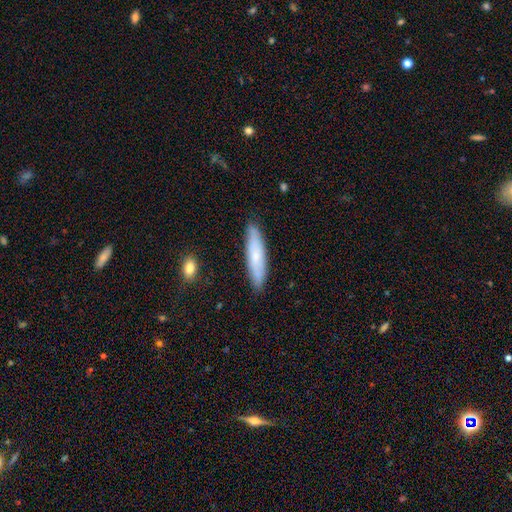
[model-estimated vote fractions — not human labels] Q: Smooth or featured?
A: smooth (66%); runner-up: featured or disk (28%)
Q: How rounded?
A: cigar-shaped (79%); runner-up: in between (20%)
Q: Merging?
A: none (86%); runner-up: minor disturbance (11%)